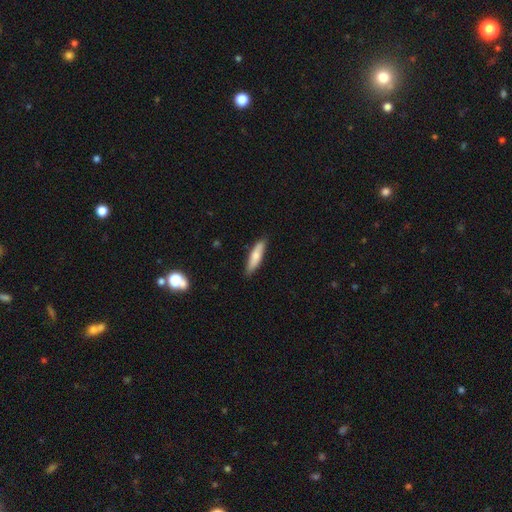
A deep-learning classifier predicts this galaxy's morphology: The model was most divided on "how rounded": cigar-shaped: 72%, in between: 26%, round: 2%. More confident: merging — none (86%); smooth or featured — smooth (75%).